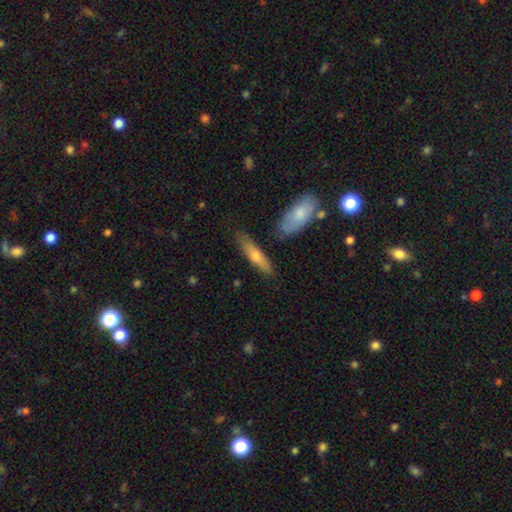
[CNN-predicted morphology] type=smooth (61%); roundness=cigar-shaped (73%); merging=none (78%).